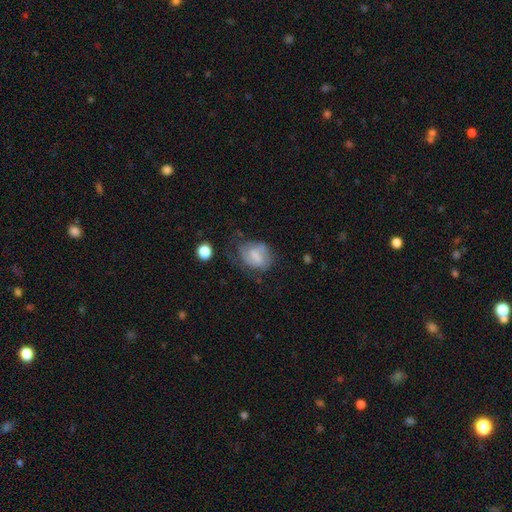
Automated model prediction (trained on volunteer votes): A featured or disk galaxy (46%).

Vote fractions:
- Smooth or featured? featured or disk: 46% / smooth: 45% / star or artifact: 9%
- Merging? none: 42% / minor disturbance: 30% / major disturbance: 24% / merger: 4%